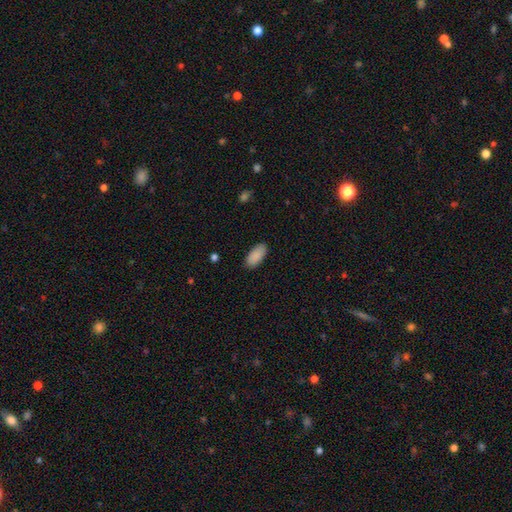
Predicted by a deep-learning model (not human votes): smooth 90%, star or artifact 6%, featured or disk 4%. Down the decision tree: how rounded — in between (93%); merging — none (88%).